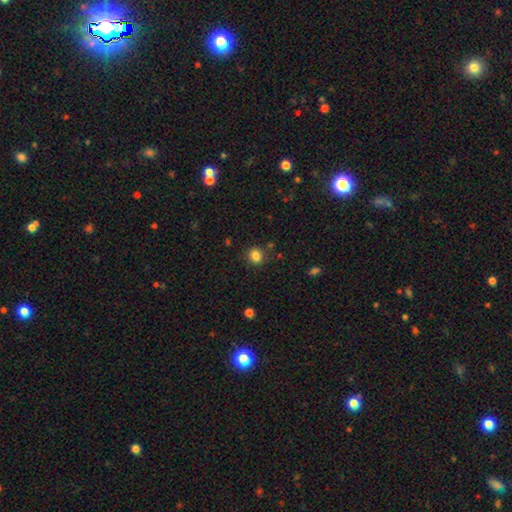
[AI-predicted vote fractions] This appears to be a smooth galaxy with no disk features (83%) that is round (69%). Merging: none (82%).